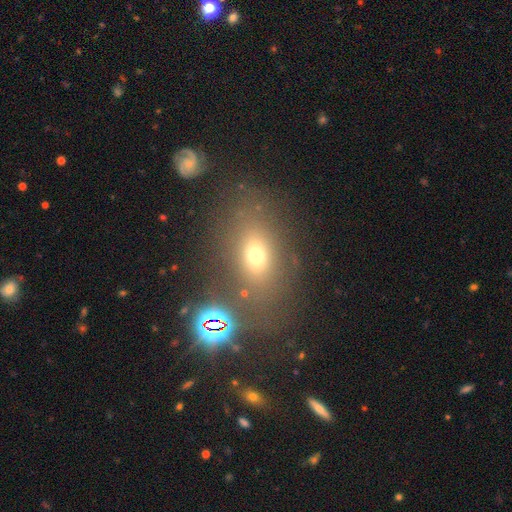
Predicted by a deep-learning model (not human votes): A smooth galaxy with no disk features (63%) that is in between round and cigar-shaped (70%). Merging: none (71%).